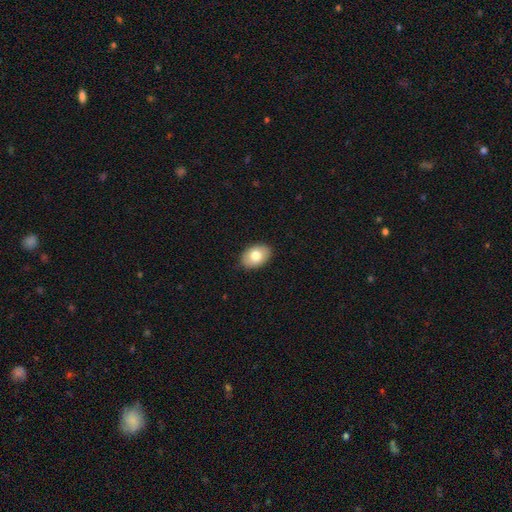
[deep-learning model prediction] A smooth galaxy with no disk features (78%) that is in between round and cigar-shaped (84%). Merging: none (89%).